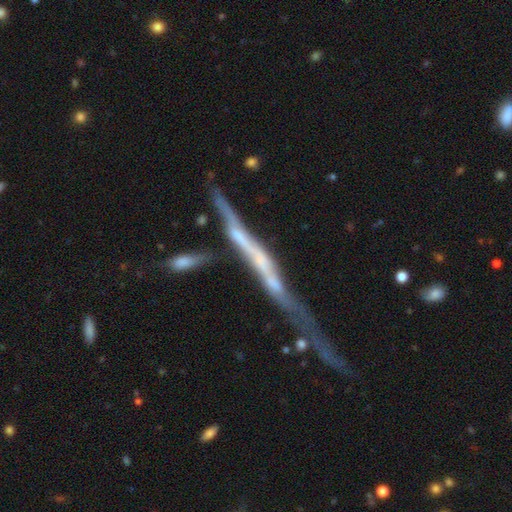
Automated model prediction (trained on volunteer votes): Q: Smooth or featured?
A: featured or disk (73%); runner-up: smooth (17%)
Q: Edge-on disk?
A: yes (85%); runner-up: no (15%)
Q: Edge-on bulge?
A: none (66%); runner-up: rounded (21%)
Q: Merging?
A: none (34%); runner-up: merger (24%)